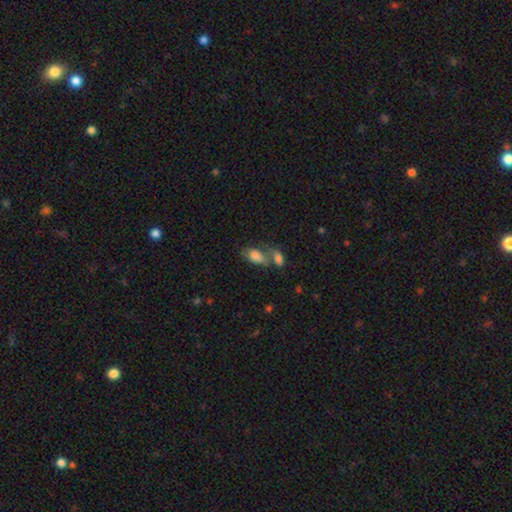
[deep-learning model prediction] The model was most divided on "merging": merger: 49%, none: 29%, minor disturbance: 13%, major disturbance: 9%. More confident: how rounded — in between (91%); smooth or featured — smooth (81%).